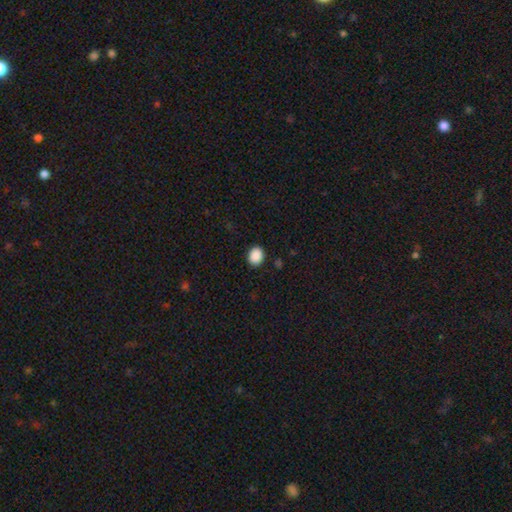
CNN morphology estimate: This appears to be a smooth galaxy with no disk features (89%) that is round (61%). Merging: none (90%).